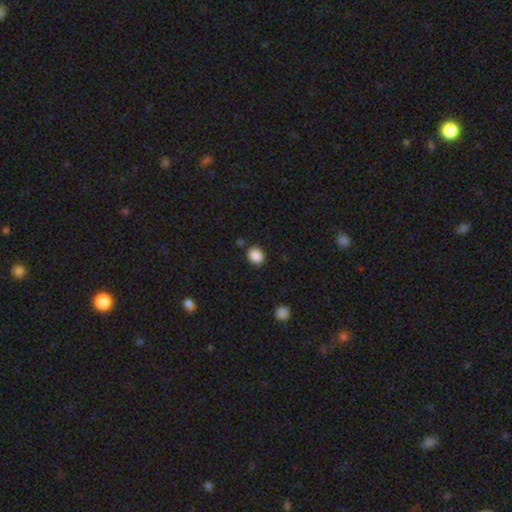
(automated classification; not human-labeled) Smooth or featured: smooth — 88% (star or artifact — 9%)
How rounded: round — 62% (in between — 37%)
Merging: none — 86% (minor disturbance — 9%)